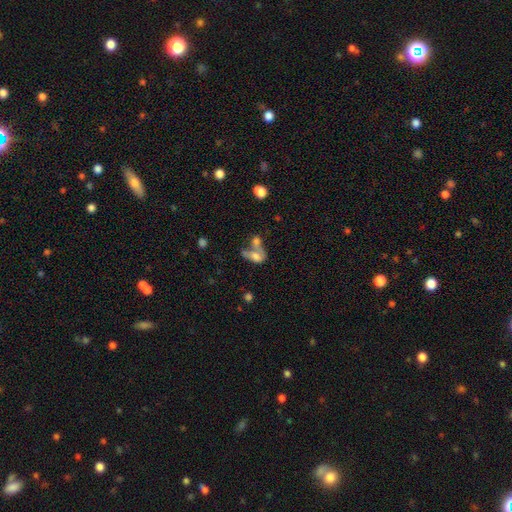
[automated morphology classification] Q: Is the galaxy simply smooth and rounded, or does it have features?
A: smooth — 60%.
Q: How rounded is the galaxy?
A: in between — 81%.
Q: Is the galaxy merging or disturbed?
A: merger — 57%.